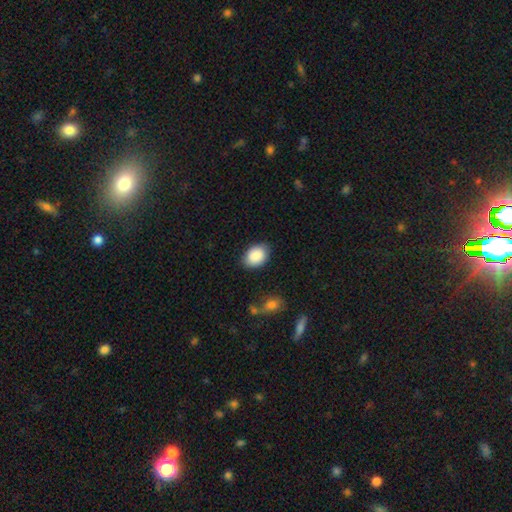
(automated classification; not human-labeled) smooth_or_featured: smooth (p=0.89) [alt: star or artifact p=0.06]
how_rounded: in between (p=0.78) [alt: round p=0.21]
merging: none (p=0.81) [alt: minor disturbance p=0.15]